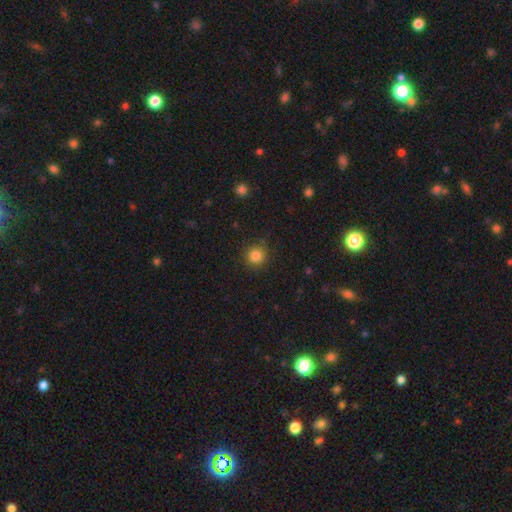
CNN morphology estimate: A smooth galaxy with no disk features (84%) that is round (92%).

Vote fractions:
- Smooth or featured? smooth: 84% / star or artifact: 11% / featured or disk: 4%
- How rounded? round: 92% / in between: 7% / cigar-shaped: 1%
- Merging? none: 86% / minor disturbance: 10% / major disturbance: 3% / merger: 1%